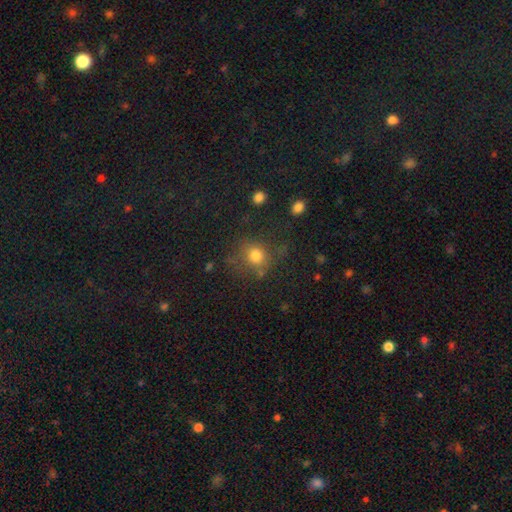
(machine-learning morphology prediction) smooth 76%, star or artifact 15%, featured or disk 9%. Down the decision tree: how rounded — round (84%); merging — none (71%).